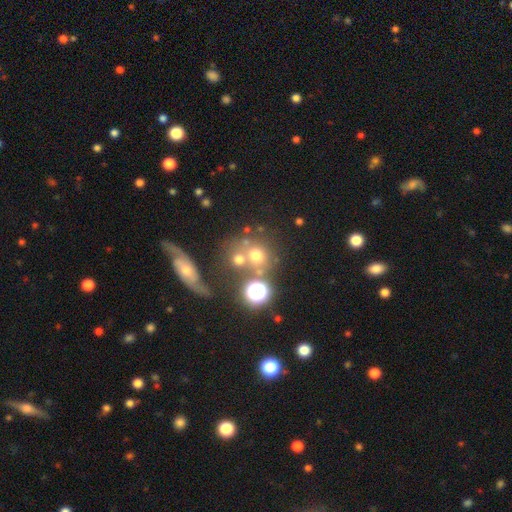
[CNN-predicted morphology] Smooth or featured?
  - smooth: 60% *
  - star or artifact: 24%
  - featured or disk: 15%
How rounded?
  - round: 81% *
  - in between: 18%
  - cigar-shaped: 2%
Merging?
  - none: 51% *
  - merger: 30%
  - minor disturbance: 10%
  - major disturbance: 8%